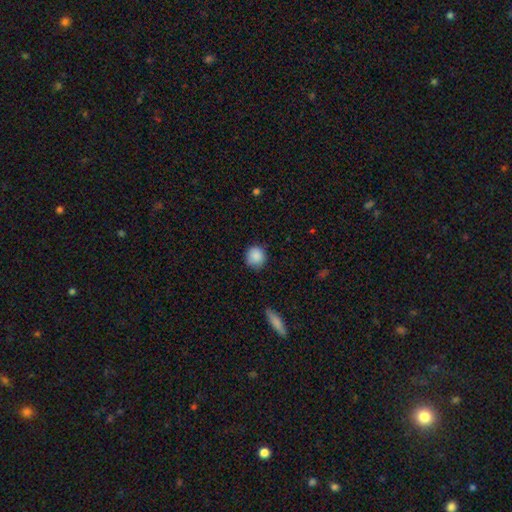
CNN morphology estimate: A smooth galaxy with no disk features (88%) that is round (88%).

Vote fractions:
- Smooth or featured? smooth: 88% / star or artifact: 8% / featured or disk: 4%
- How rounded? round: 88% / in between: 11% / cigar-shaped: 1%
- Merging? none: 81% / minor disturbance: 15% / major disturbance: 3% / merger: 1%